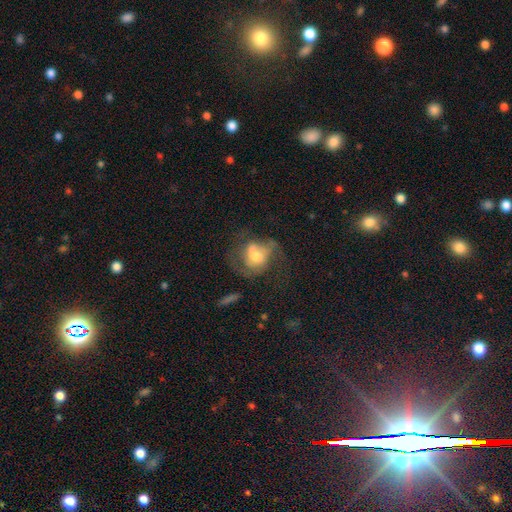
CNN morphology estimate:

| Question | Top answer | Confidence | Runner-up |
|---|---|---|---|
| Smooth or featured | featured or disk | 58% | smooth (33%) |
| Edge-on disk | no | 97% | yes (3%) |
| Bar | no | 65% | weak (29%) |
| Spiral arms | yes | 68% | no (32%) |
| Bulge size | moderate | 60% | small (21%) |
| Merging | none | 36% | major disturbance (35%) |